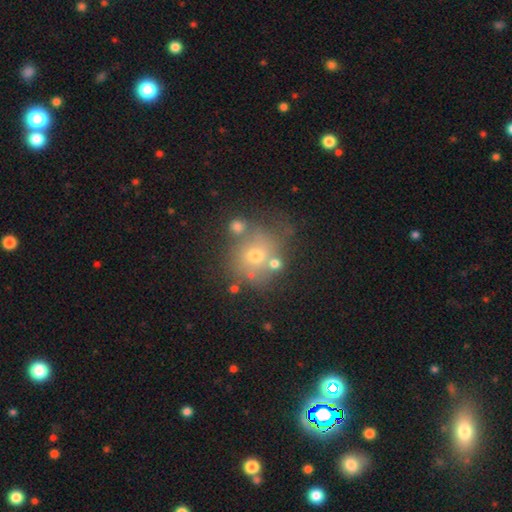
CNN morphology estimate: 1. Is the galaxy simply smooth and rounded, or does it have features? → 54% smooth, 26% featured or disk, 20% star or artifact.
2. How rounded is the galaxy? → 83% round, 16% in between, 1% cigar-shaped.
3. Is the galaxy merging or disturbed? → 60% none, 17% merger, 15% minor disturbance, 8% major disturbance.